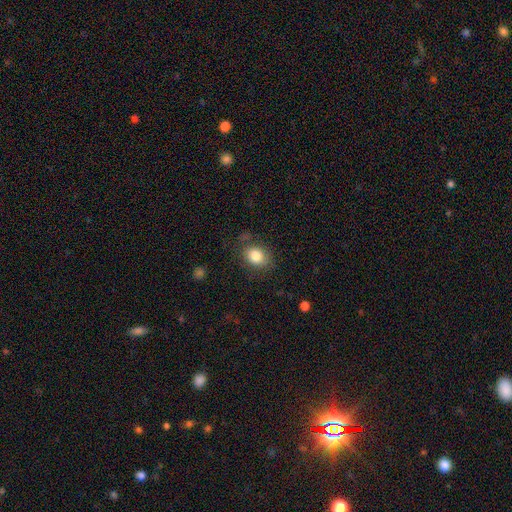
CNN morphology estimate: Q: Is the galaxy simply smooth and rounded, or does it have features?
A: smooth — 82%.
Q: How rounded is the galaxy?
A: in between — 52%.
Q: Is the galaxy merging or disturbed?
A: none — 76%.